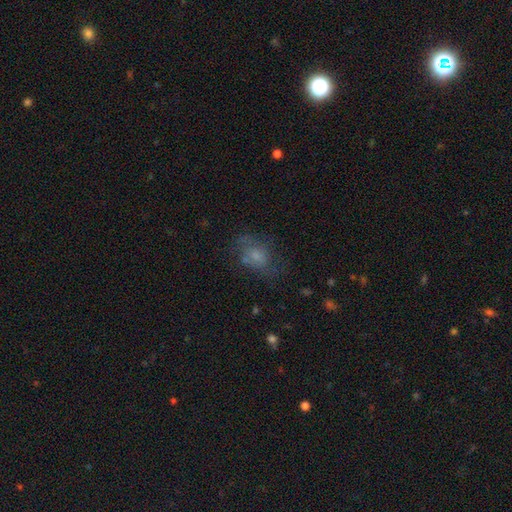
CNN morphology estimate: This appears to be a smooth galaxy with no disk features (55%) that is in between round and cigar-shaped (66%). Merging: none (55%).